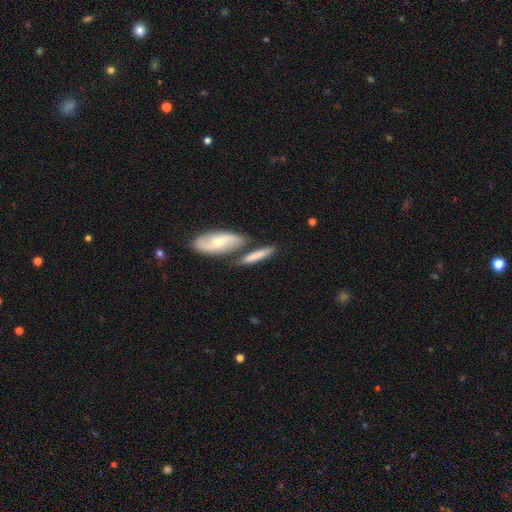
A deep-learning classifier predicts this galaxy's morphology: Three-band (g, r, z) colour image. It shows a smooth galaxy with no disk features (66%) that is cigar-shaped (71%). Merging: none (57%).